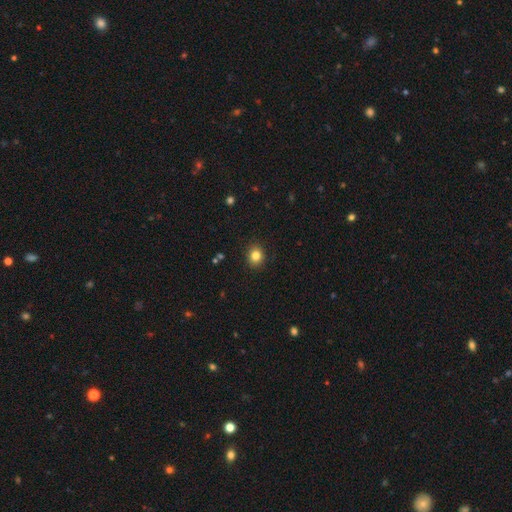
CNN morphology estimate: This is clearly a smooth galaxy (83%). How rounded: likely round (78%). Merging: clearly none (90%).